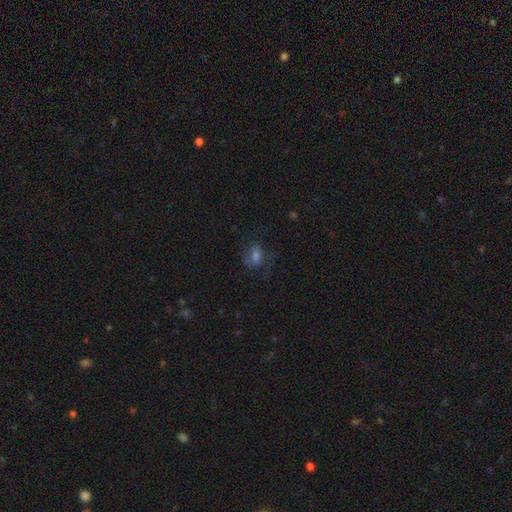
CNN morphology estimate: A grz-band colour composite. It shows a smooth galaxy with no disk features (45%). Merging: none (62%).